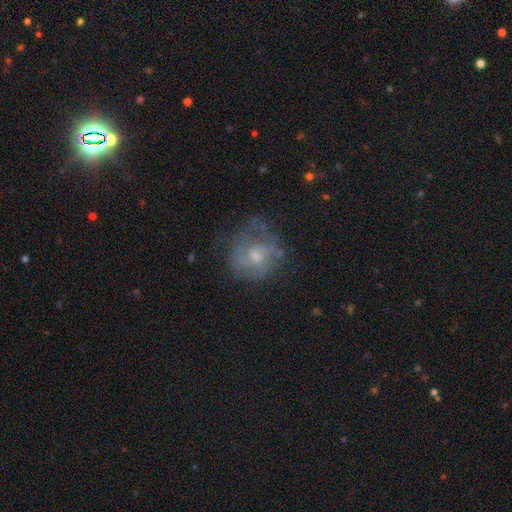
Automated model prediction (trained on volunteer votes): Morphology: type=featured or disk (59%); edge-on=no (97%); bar=no (66%); spiral arms=yes (66%); bulge=moderate (50%); merging=none (55%).